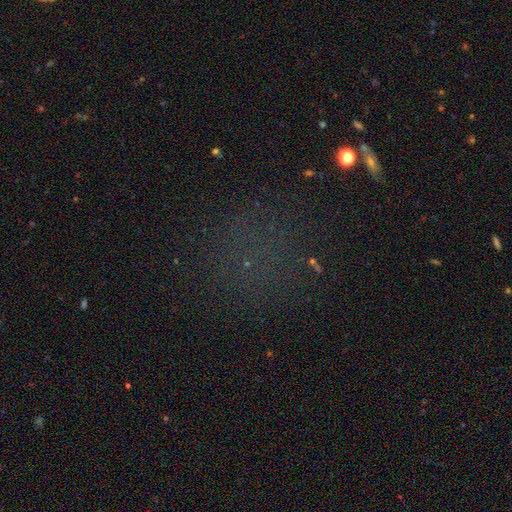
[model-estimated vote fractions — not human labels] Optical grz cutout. It shows a star or artifact, not a galaxy (56%).